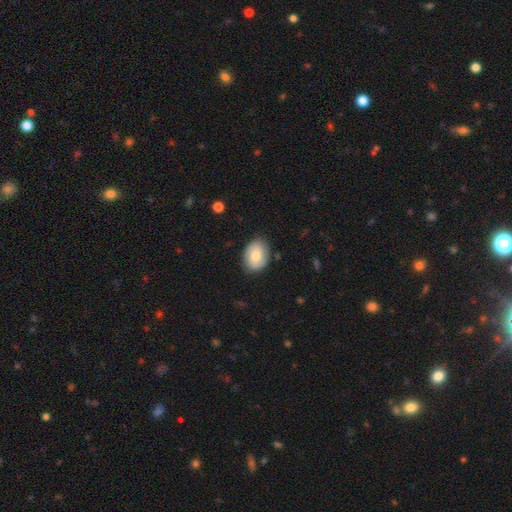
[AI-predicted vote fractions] Smooth or featured? smooth (73%)
How rounded? in between (71%)
Merging? none (81%)